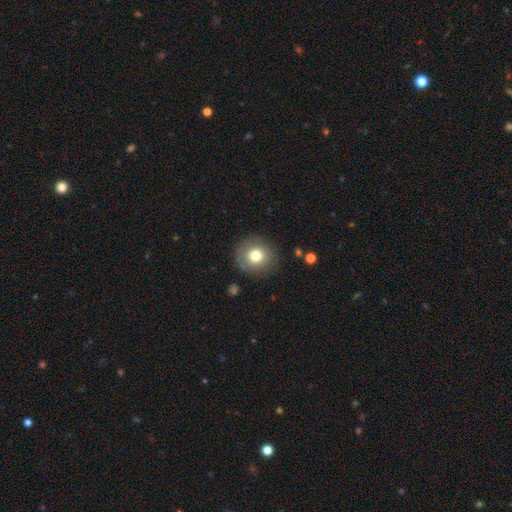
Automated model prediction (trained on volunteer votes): Q: Smooth or featured?
A: smooth (76%); runner-up: featured or disk (13%)
Q: How rounded?
A: round (90%); runner-up: in between (9%)
Q: Merging?
A: none (85%); runner-up: minor disturbance (9%)